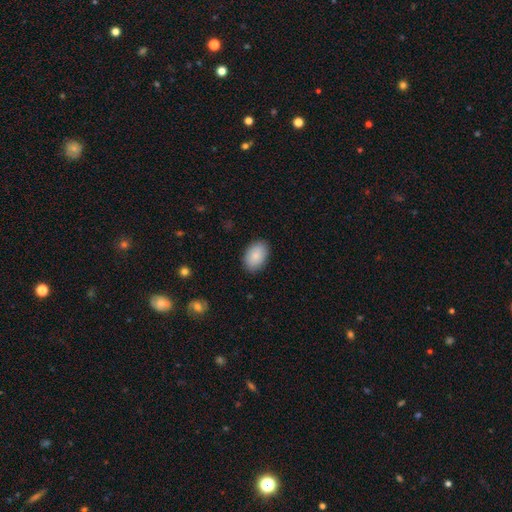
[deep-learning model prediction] Smooth or featured: smooth — 88% (star or artifact — 6%)
How rounded: in between — 90% (round — 9%)
Merging: none — 88% (minor disturbance — 9%)